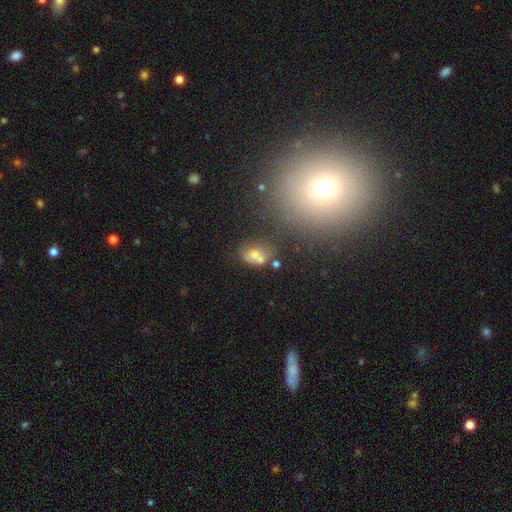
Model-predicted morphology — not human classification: type=smooth (57%); roundness=in between (67%); merging=merger (42%).